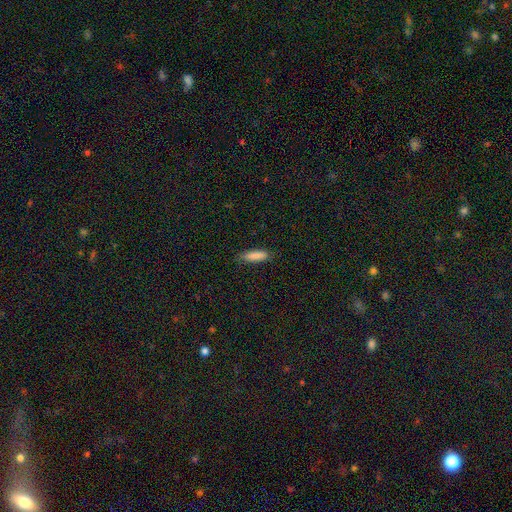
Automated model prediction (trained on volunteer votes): Morphology: type=smooth (87%); roundness=cigar-shaped (59%); merging=none (84%).